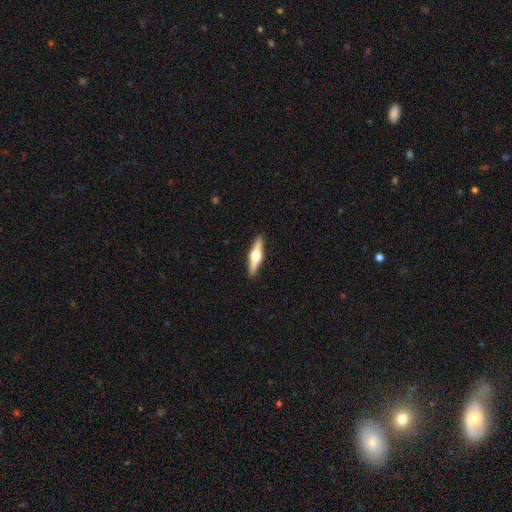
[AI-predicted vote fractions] Smooth or featured: featured or disk — 68% (smooth — 27%)
Edge-on disk: yes — 97% (no — 3%)
Edge-on bulge: rounded — 96% (boxy — 2%)
Merging: none — 92% (minor disturbance — 6%)